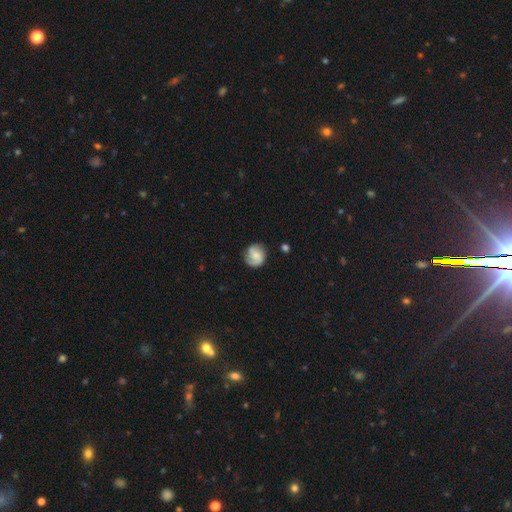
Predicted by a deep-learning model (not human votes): Smooth or featured? featured or disk (54%)
Edge-on disk? no (98%)
Bar? no (57%)
Spiral arms? yes (90%)
Bulge size? small (47%)
Merging? none (74%)